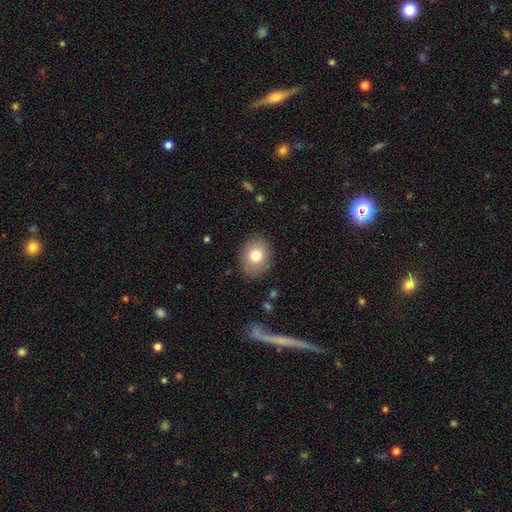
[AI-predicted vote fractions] The model was most divided on "how rounded": in between: 52%, round: 48%, cigar-shaped: 1%. More confident: merging — none (86%); smooth or featured — smooth (79%).